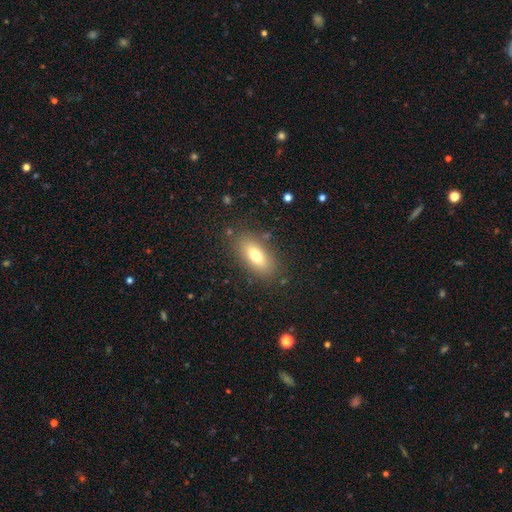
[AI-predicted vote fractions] Q: Smooth or featured?
A: smooth (73%); runner-up: featured or disk (18%)
Q: How rounded?
A: in between (83%); runner-up: cigar-shaped (12%)
Q: Merging?
A: none (83%); runner-up: minor disturbance (11%)